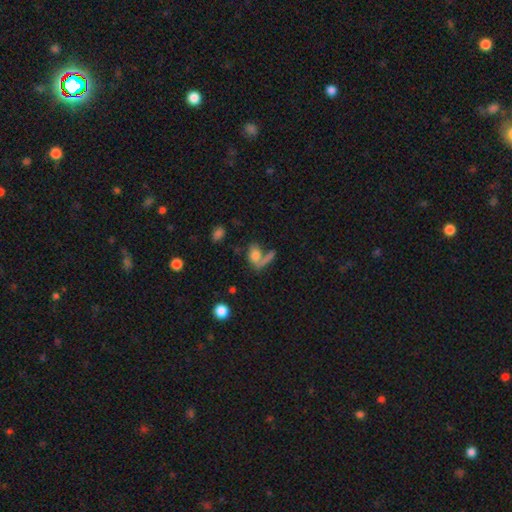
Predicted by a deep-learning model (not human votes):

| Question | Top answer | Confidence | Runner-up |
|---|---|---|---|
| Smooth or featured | smooth | 55% | featured or disk (29%) |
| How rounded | in between | 62% | round (29%) |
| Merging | none | 38% | merger (31%) |